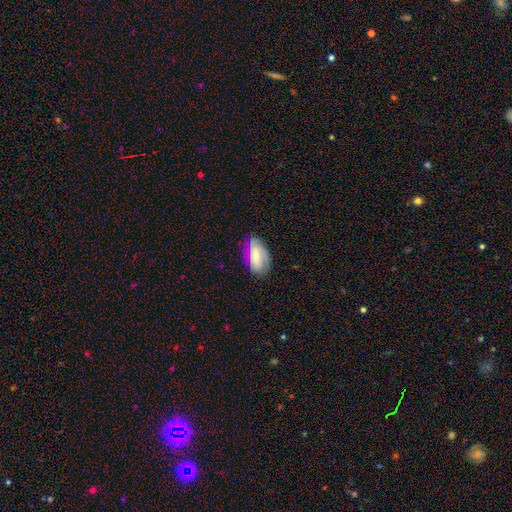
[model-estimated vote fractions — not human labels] Smooth or featured: featured or disk — 48% (smooth — 45%)
Merging: none — 74% (minor disturbance — 20%)